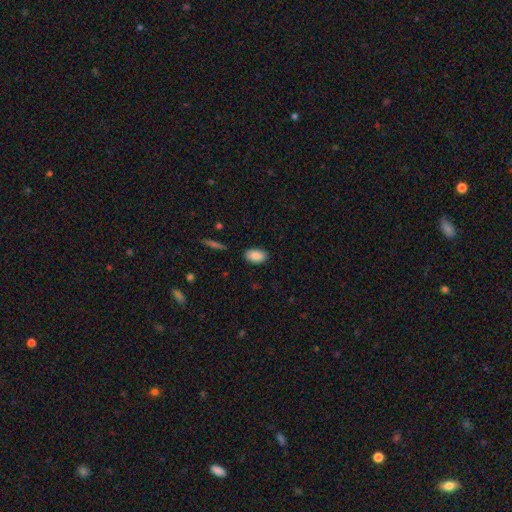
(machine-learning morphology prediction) A smooth galaxy with no disk features (88%) that is in between round and cigar-shaped (93%). Merging: none (86%).